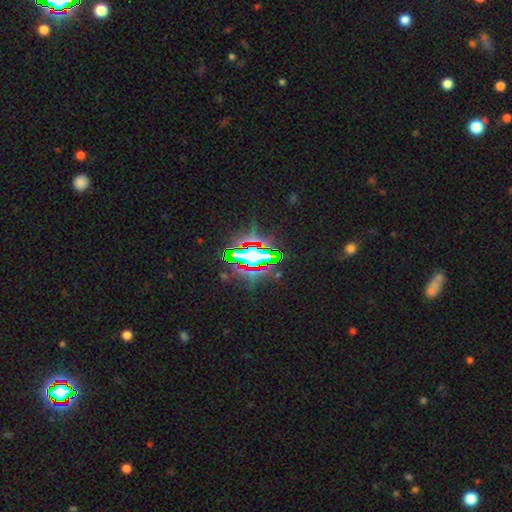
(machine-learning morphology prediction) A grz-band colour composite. It shows a star or artifact, not a galaxy (74%).